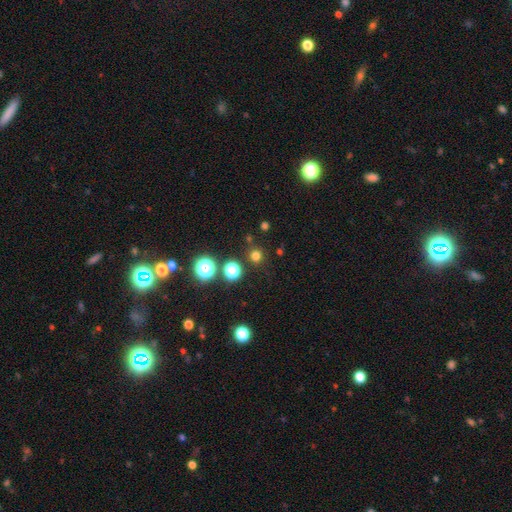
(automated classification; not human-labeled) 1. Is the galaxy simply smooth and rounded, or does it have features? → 71% smooth, 24% star or artifact, 5% featured or disk.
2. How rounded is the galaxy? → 94% round, 5% in between, 1% cigar-shaped.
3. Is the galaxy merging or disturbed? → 87% none, 6% minor disturbance, 4% merger, 3% major disturbance.